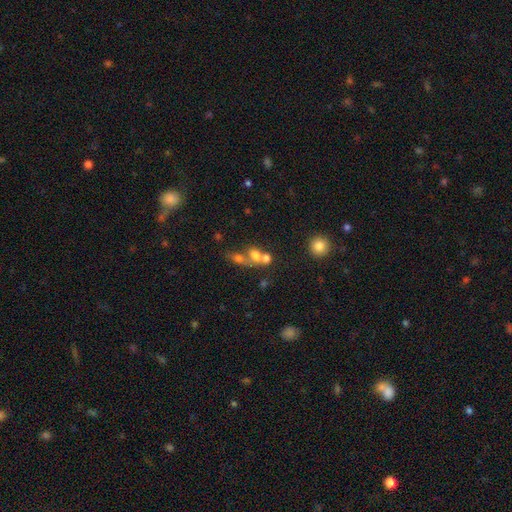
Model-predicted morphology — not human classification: smooth-or-featured: smooth: 67% | featured or disk: 18% | star or artifact: 15%
  how-rounded: round: 51% | in between: 46% | cigar-shaped: 3%
  merging: merger: 62% | none: 24% | minor disturbance: 7% | major disturbance: 7%